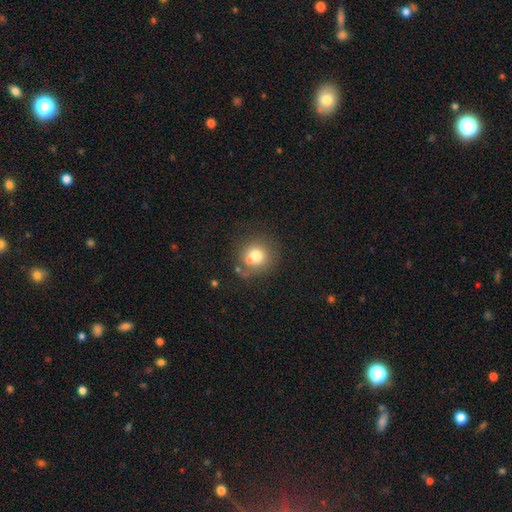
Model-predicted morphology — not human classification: type=smooth (72%); roundness=round (87%); merging=none (56%).